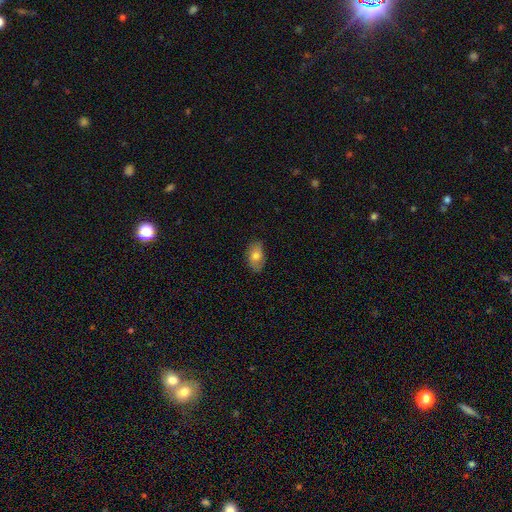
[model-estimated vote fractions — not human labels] This is likely a smooth galaxy (70%). How rounded: clearly in between (90%). Merging: likely none (76%).